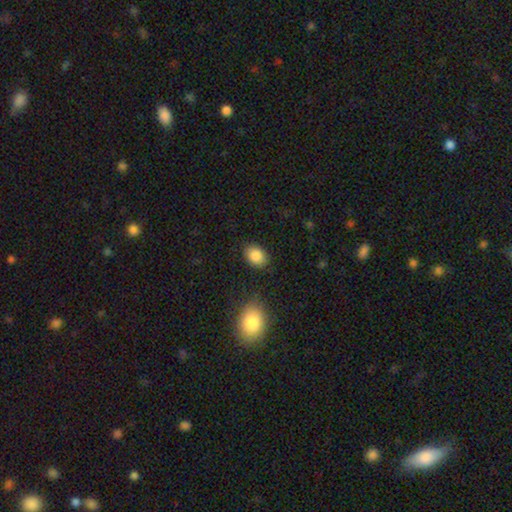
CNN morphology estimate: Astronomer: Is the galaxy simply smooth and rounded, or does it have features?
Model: smooth — 87%.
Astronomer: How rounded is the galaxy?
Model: in between — 74%.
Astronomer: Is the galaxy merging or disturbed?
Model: none — 84%.